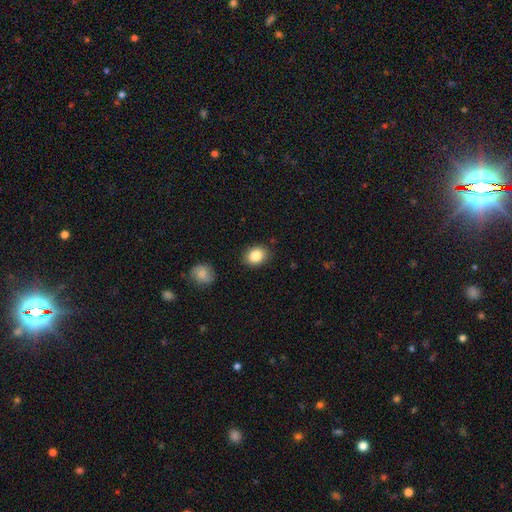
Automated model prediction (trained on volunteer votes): A smooth galaxy with no disk features (85%) that is in between round and cigar-shaped (59%). Merging: none (86%).